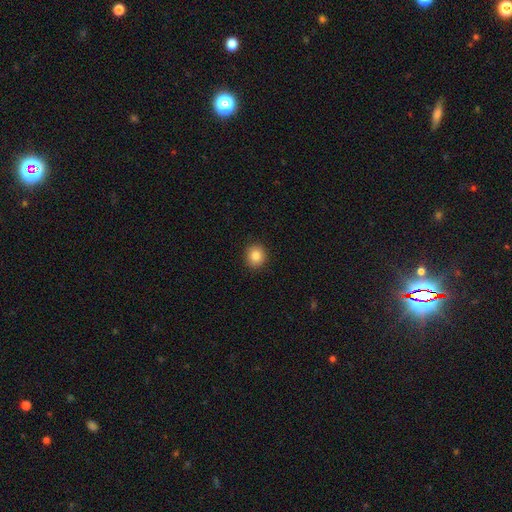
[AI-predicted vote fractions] Overall: smooth (85%). How rounded: round (84%). Merging: none (91%).